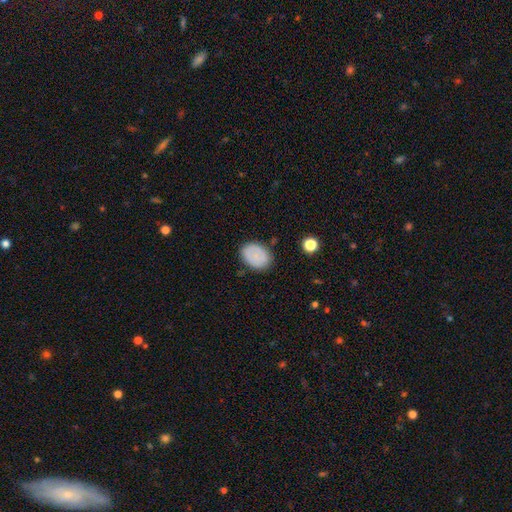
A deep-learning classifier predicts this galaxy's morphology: This is likely a smooth galaxy (78%). How rounded: likely in between (68%). Merging: clearly none (82%).